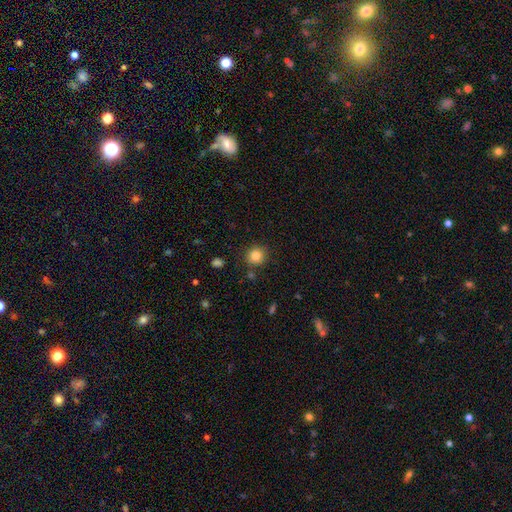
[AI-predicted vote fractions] A smooth galaxy with no disk features (84%) that is round (88%). Merging: none (86%).